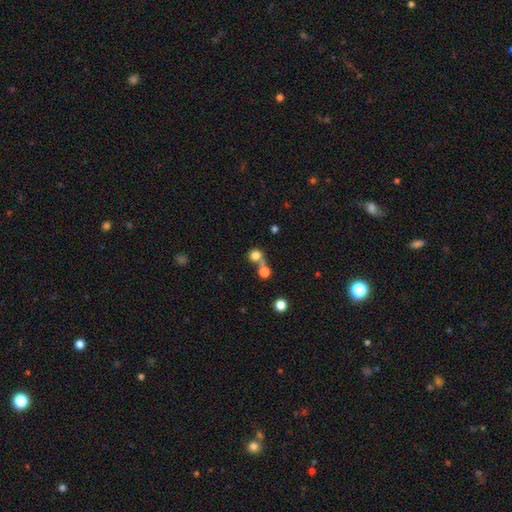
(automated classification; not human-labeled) This is likely a smooth galaxy (78%). How rounded: clearly round (83%). Merging: possibly merger (46%).